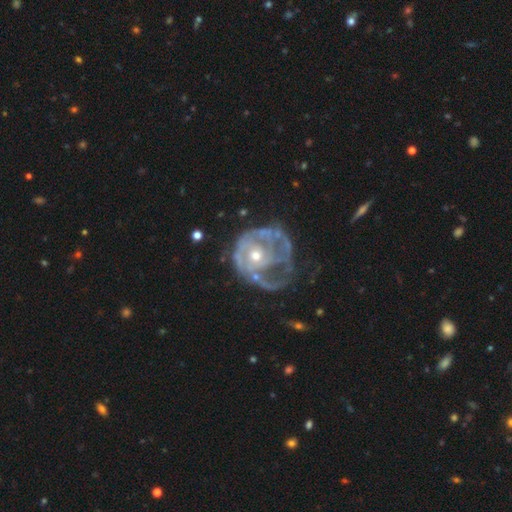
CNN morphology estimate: Overall: featured or disk (80%). Edge-on disk: no (98%). Bar: no (81%). Spiral arms: yes (63%; no 37%). Bulge size: moderate (49%; small 46%). Merging: major disturbance (41%; none 33%).